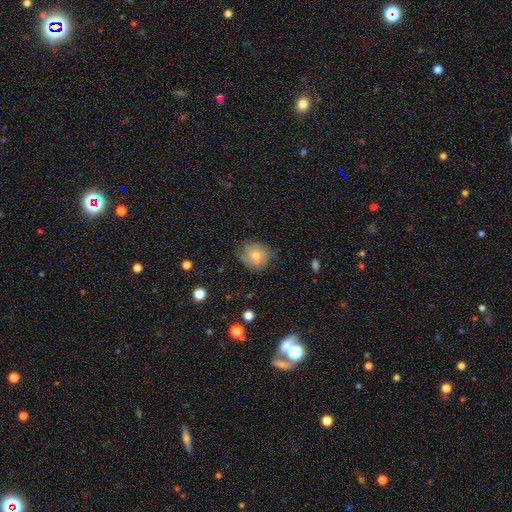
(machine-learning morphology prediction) Smooth or featured? smooth (63%)
How rounded? round (79%)
Merging? none (72%)